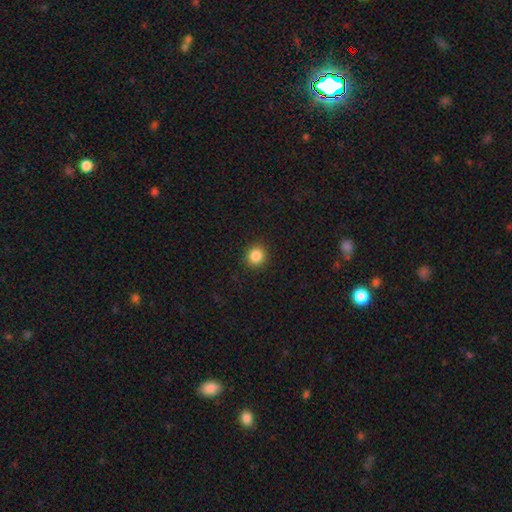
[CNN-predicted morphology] Smooth or featured?
  - smooth: 86% *
  - star or artifact: 10%
  - featured or disk: 4%
How rounded?
  - round: 90% *
  - in between: 9%
  - cigar-shaped: 1%
Merging?
  - none: 91% *
  - minor disturbance: 6%
  - major disturbance: 2%
  - merger: 1%